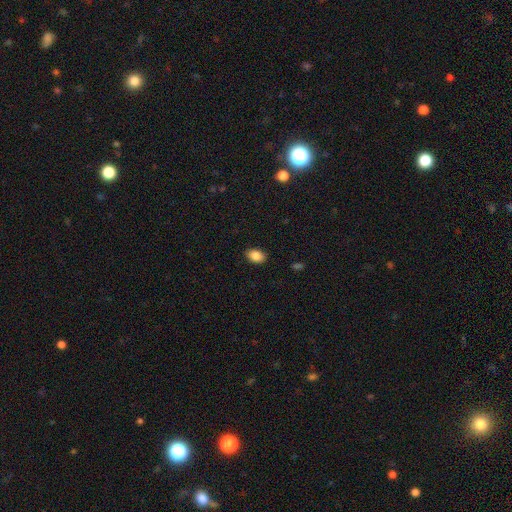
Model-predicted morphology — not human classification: type=smooth (87%); roundness=in between (84%); merging=none (89%).